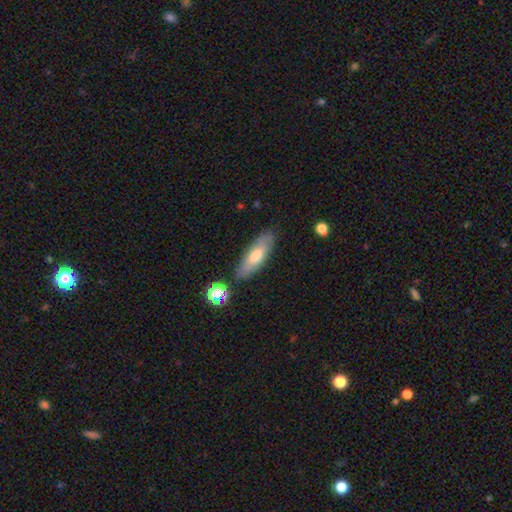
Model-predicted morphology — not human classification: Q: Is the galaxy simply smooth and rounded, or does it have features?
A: smooth — 67%.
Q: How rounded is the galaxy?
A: in between — 54%.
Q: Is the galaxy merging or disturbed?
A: none — 81%.